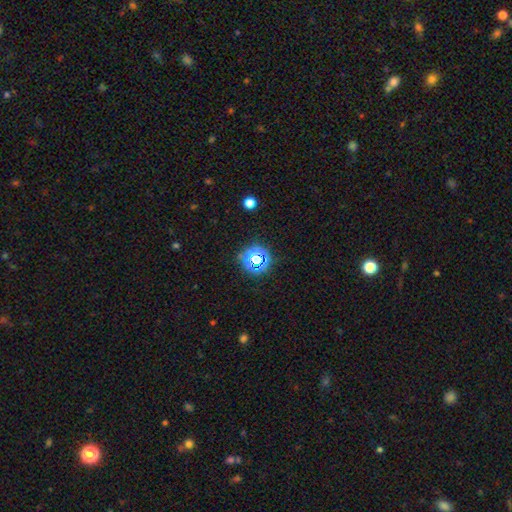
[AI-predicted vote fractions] This is likely a star or artifact rather than a galaxy (63%).